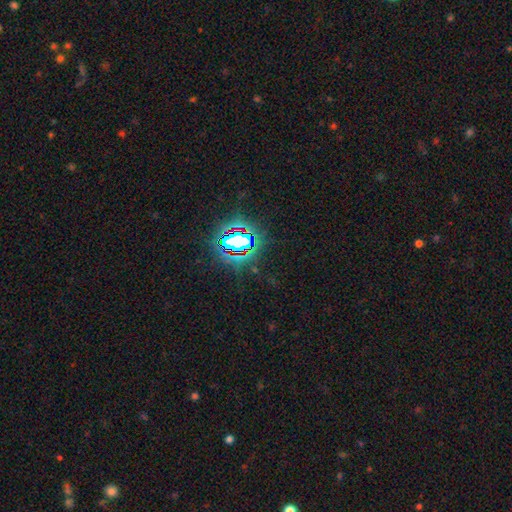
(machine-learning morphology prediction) Smooth or featured?
  - star or artifact: 81% *
  - smooth: 11%
  - featured or disk: 7%